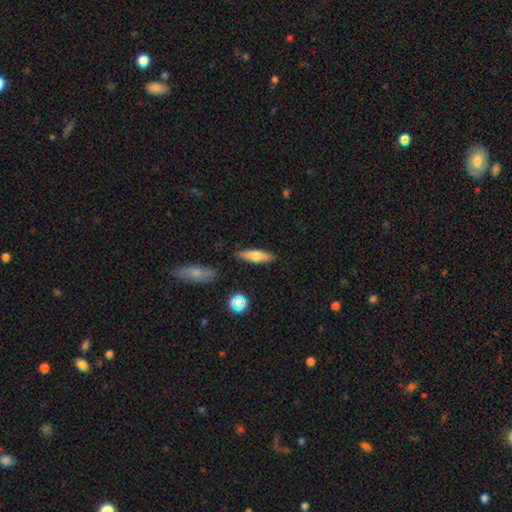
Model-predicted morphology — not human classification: Smooth or featured?
  - smooth: 67% *
  - featured or disk: 25%
  - star or artifact: 8%
How rounded?
  - cigar-shaped: 54% *
  - in between: 44%
  - round: 3%
Merging?
  - none: 84% *
  - minor disturbance: 11%
  - merger: 3%
  - major disturbance: 3%